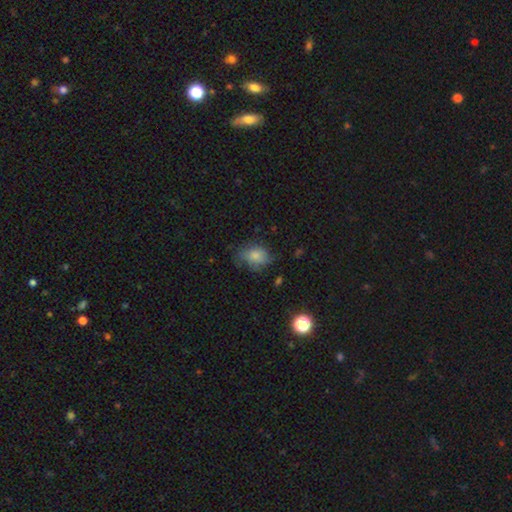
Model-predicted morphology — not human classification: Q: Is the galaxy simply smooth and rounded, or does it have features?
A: smooth — 72%.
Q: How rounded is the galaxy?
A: in between — 63%.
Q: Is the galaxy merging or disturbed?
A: none — 50%.